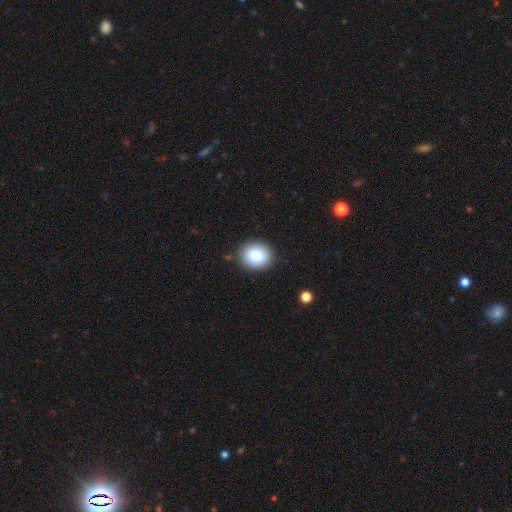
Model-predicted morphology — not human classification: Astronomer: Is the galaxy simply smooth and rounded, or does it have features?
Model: smooth — 82%.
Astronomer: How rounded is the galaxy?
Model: round — 74%.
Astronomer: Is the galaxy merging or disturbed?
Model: none — 89%.